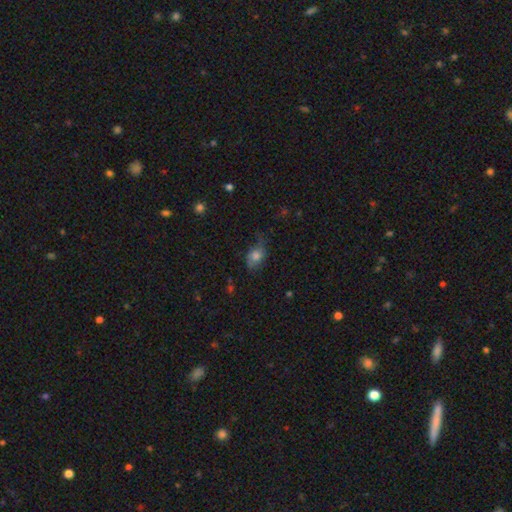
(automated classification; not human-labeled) smooth 63%, featured or disk 26%, star or artifact 11%. Down the decision tree: how rounded — in between (74%); merging — none (47%).